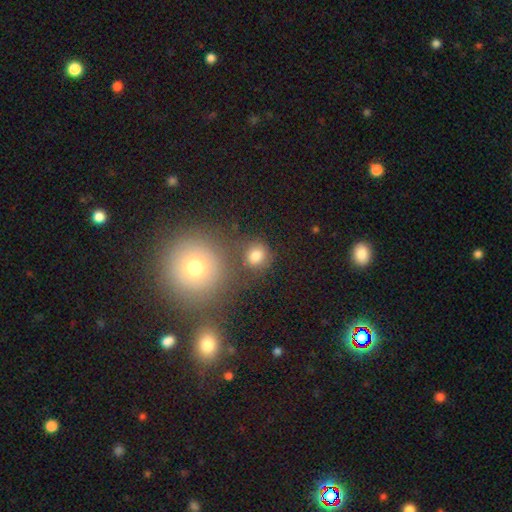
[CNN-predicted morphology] smooth-or-featured: smooth: 77% | star or artifact: 14% | featured or disk: 9%
  how-rounded: round: 80% | in between: 19% | cigar-shaped: 1%
  merging: none: 70% | merger: 13% | minor disturbance: 12% | major disturbance: 5%